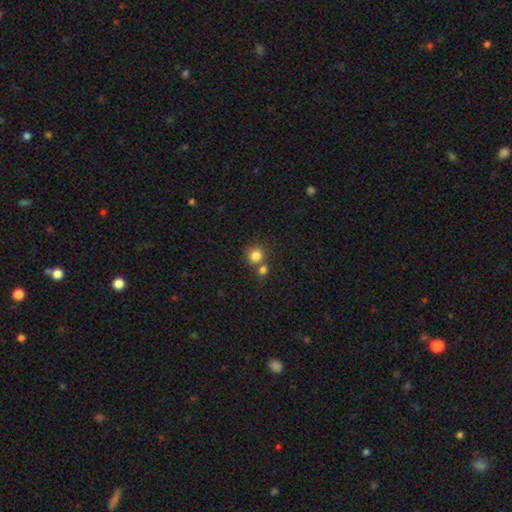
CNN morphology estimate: type=smooth (82%); roundness=round (90%); merging=none (59%).